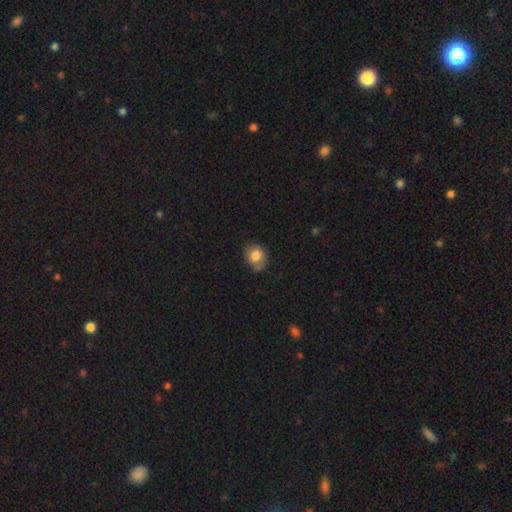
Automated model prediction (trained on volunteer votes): Smooth or featured: smooth — 76% (featured or disk — 15%)
How rounded: in between — 50% (round — 49%)
Merging: none — 59% (minor disturbance — 29%)